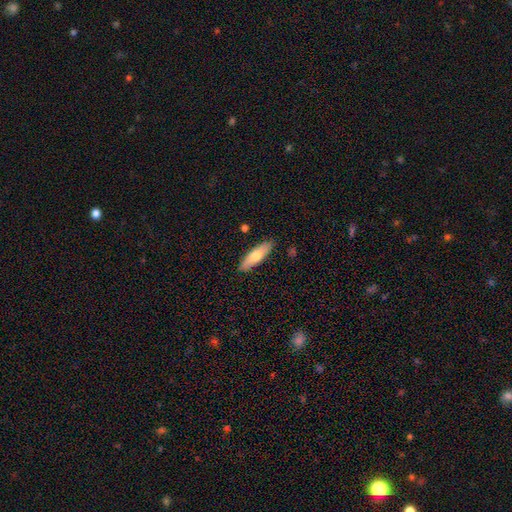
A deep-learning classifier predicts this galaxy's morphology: This is likely a smooth galaxy (66%). How rounded: possibly cigar-shaped (51%). Merging: clearly none (88%).